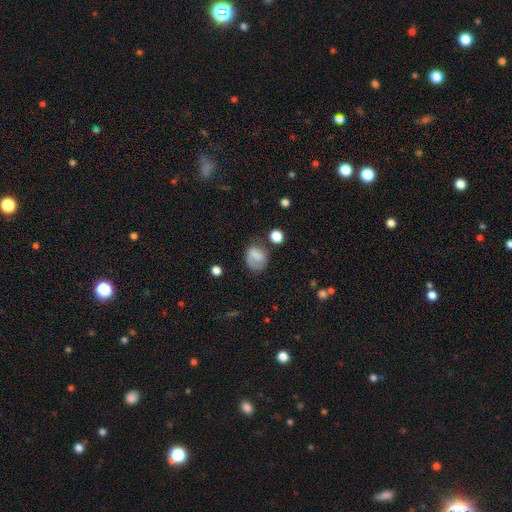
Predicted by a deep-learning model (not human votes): Smooth or featured? smooth (71%)
How rounded? round (55%)
Merging? none (53%)